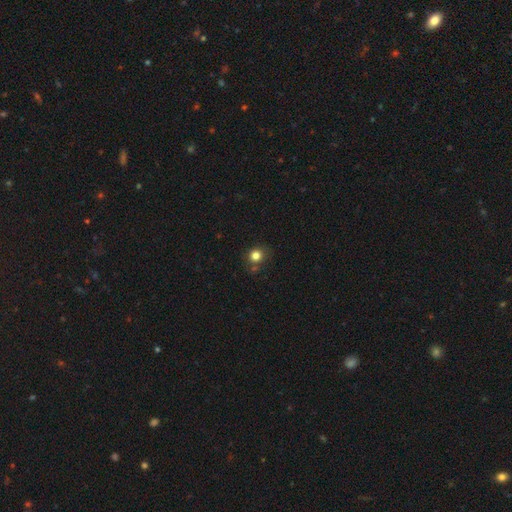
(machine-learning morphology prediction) A smooth galaxy with no disk features (80%) that is round (85%). Merging: none (77%).